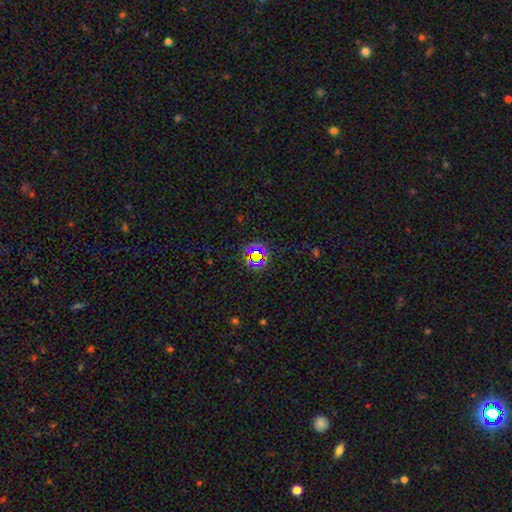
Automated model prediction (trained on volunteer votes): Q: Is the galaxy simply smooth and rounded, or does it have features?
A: star or artifact — 68%.